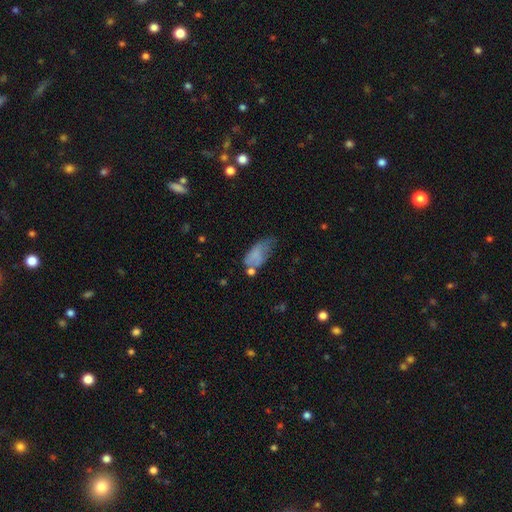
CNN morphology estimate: smooth-or-featured: smooth: 68% | featured or disk: 22% | star or artifact: 10%
  how-rounded: in between: 90% | cigar-shaped: 6% | round: 4%
  merging: minor disturbance: 36% | major disturbance: 28% | none: 27% | merger: 9%